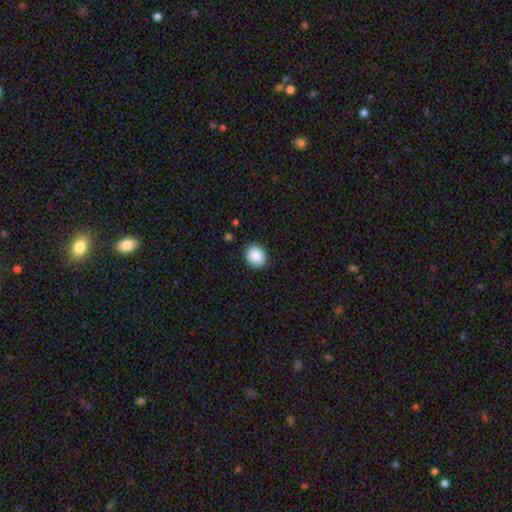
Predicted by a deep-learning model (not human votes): Smooth or featured?
  - smooth: 89% *
  - star or artifact: 8%
  - featured or disk: 3%
How rounded?
  - round: 56% *
  - in between: 43%
  - cigar-shaped: 1%
Merging?
  - none: 89% *
  - minor disturbance: 8%
  - major disturbance: 2%
  - merger: 1%